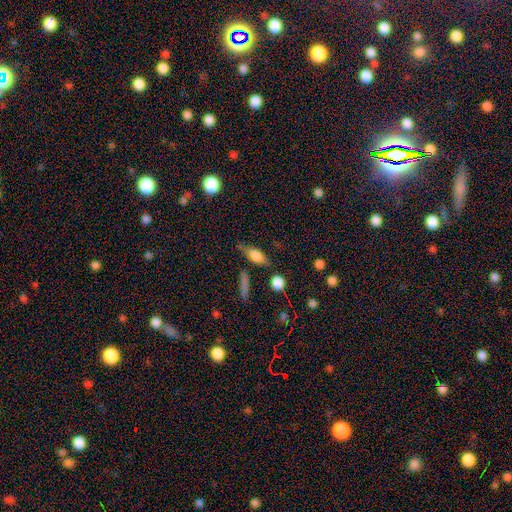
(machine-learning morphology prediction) A smooth galaxy with no disk features (62%) that is in between round and cigar-shaped (65%). Merging: none (68%).